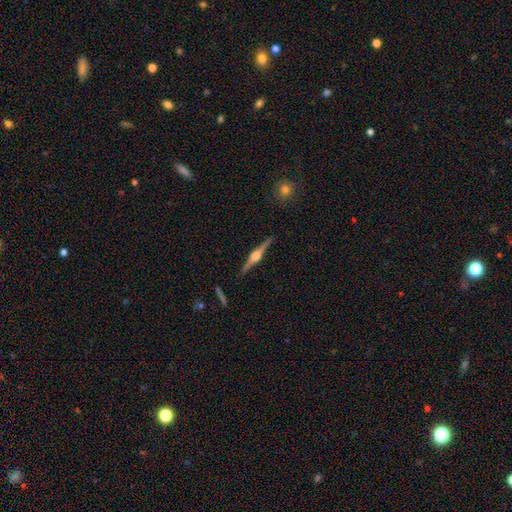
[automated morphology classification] smooth-or-featured: featured or disk: 86% | smooth: 8% | star or artifact: 5%
  disk-edge-on: yes: 99% | no: 1%
    edge-on-bulge: rounded: 93% | boxy: 6% | none: 2%
  merging: none: 91% | minor disturbance: 6% | major disturbance: 1% | merger: 1%